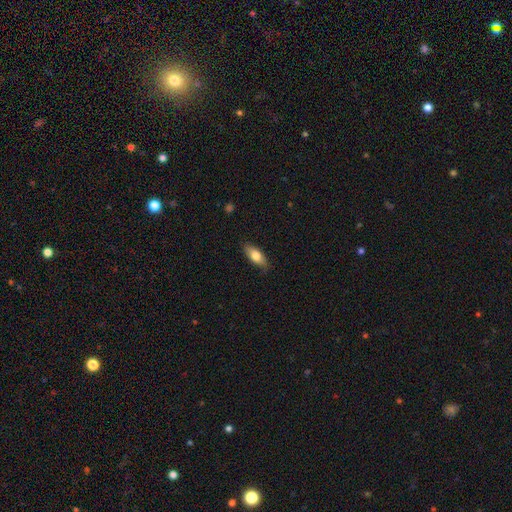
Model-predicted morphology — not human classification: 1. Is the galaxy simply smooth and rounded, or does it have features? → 74% smooth, 20% featured or disk, 6% star or artifact.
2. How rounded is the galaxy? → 77% in between, 20% cigar-shaped, 3% round.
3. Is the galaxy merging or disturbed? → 81% none, 16% minor disturbance, 3% major disturbance, 1% merger.